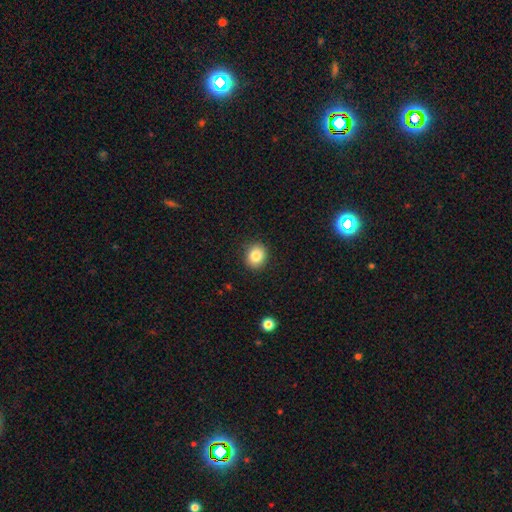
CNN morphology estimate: Smooth or featured: smooth — 85% (star or artifact — 9%)
How rounded: round — 69% (in between — 30%)
Merging: none — 90% (minor disturbance — 7%)